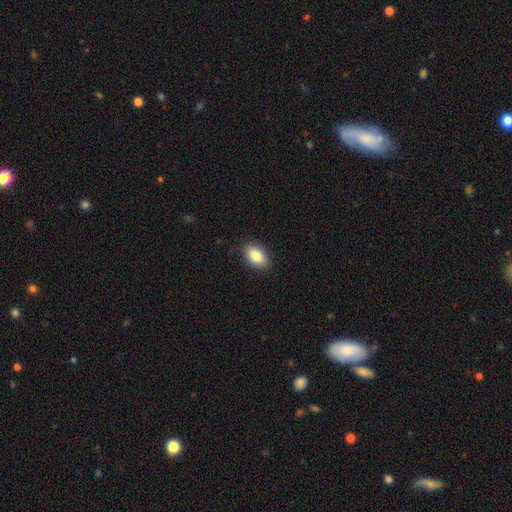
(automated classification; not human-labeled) Smooth or featured? smooth (85%)
How rounded? in between (90%)
Merging? none (88%)